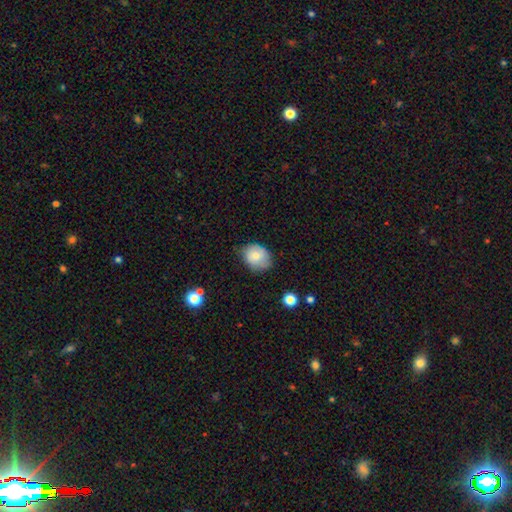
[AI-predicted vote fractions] Morphology: type=smooth (73%); roundness=in between (50%); merging=none (65%).